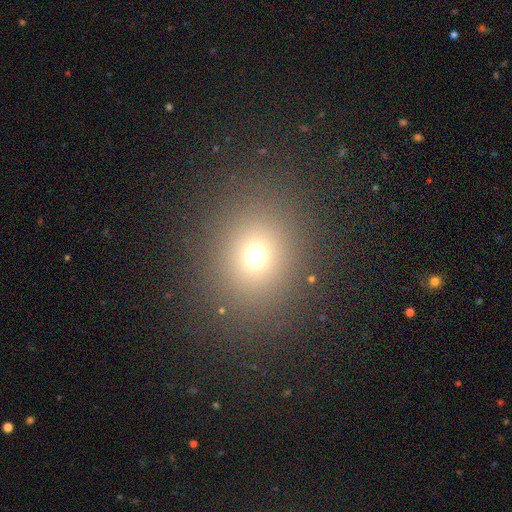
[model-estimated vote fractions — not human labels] A smooth galaxy with no disk features (69%) that is round (72%).

Vote fractions:
- Smooth or featured? smooth: 69% / star or artifact: 22% / featured or disk: 9%
- How rounded? round: 72% / in between: 27% / cigar-shaped: 1%
- Merging? none: 88% / minor disturbance: 6% / major disturbance: 4% / merger: 1%